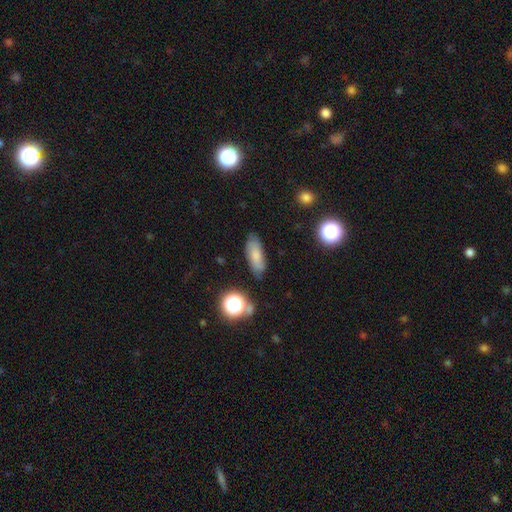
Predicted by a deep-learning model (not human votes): Overall: smooth (71%). How rounded: in between (67%; cigar-shaped 29%). Merging: none (76%).